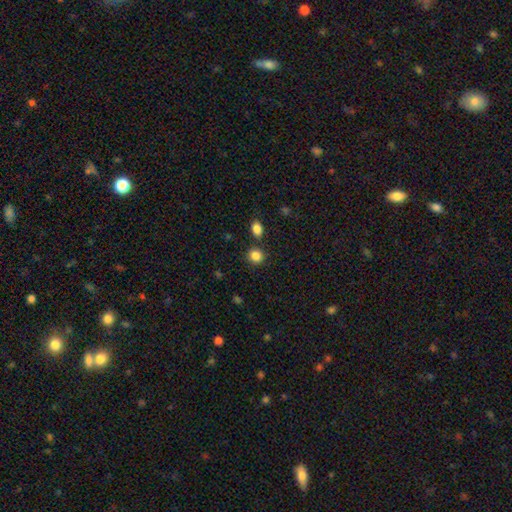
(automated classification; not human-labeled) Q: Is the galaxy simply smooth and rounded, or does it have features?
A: smooth — 85%.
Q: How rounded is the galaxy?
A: round — 85%.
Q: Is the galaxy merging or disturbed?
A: none — 82%.